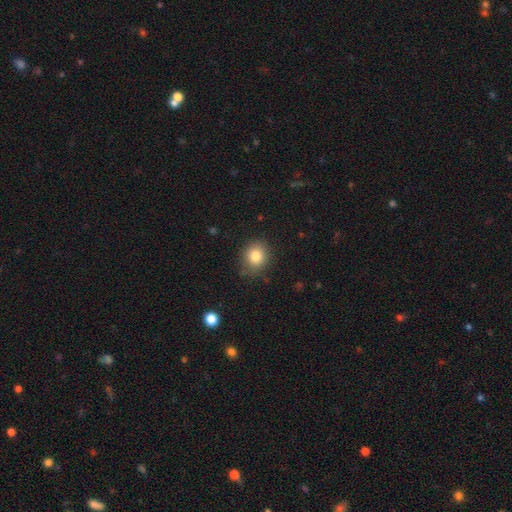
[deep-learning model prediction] Q: Smooth or featured?
A: smooth (81%); runner-up: star or artifact (11%)
Q: How rounded?
A: round (72%); runner-up: in between (27%)
Q: Merging?
A: none (83%); runner-up: minor disturbance (12%)